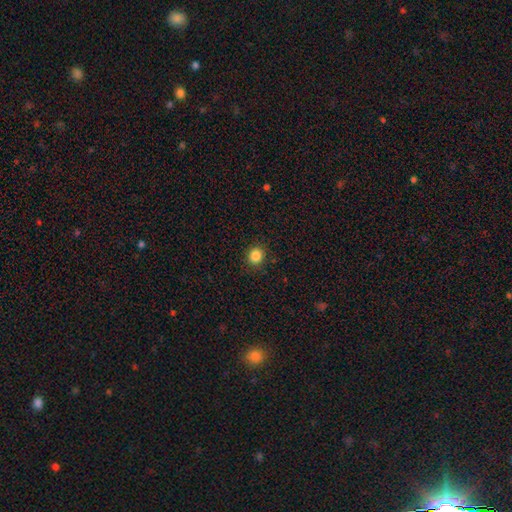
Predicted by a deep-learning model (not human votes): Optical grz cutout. It shows a smooth galaxy with no disk features (85%) that is round (83%). Merging: none (90%).